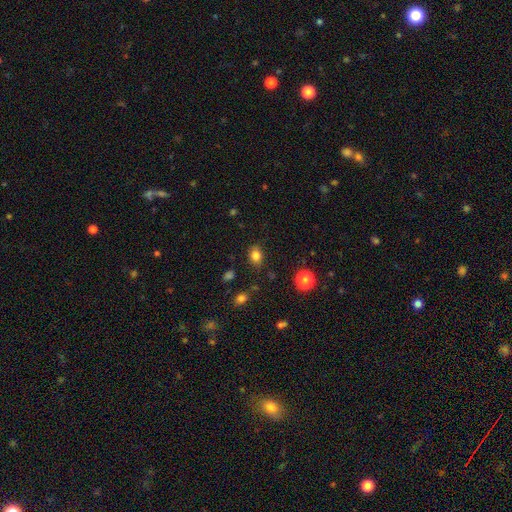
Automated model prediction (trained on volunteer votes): Q: Smooth or featured?
A: smooth (81%); runner-up: star or artifact (12%)
Q: How rounded?
A: in between (62%); runner-up: round (37%)
Q: Merging?
A: none (81%); runner-up: minor disturbance (13%)